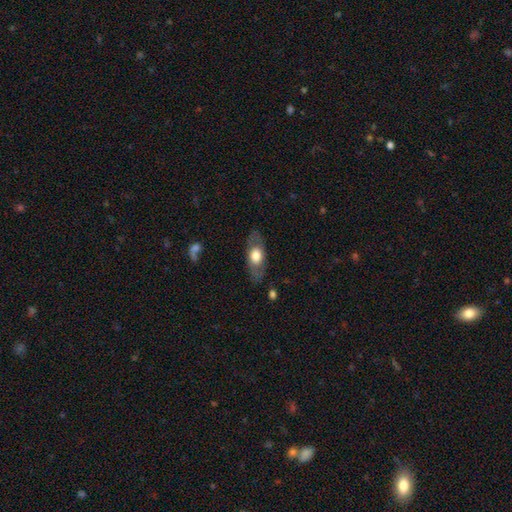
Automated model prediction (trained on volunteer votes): Q: Smooth or featured?
A: smooth (55%); runner-up: featured or disk (39%)
Q: How rounded?
A: in between (81%); runner-up: cigar-shaped (12%)
Q: Merging?
A: none (80%); runner-up: minor disturbance (13%)